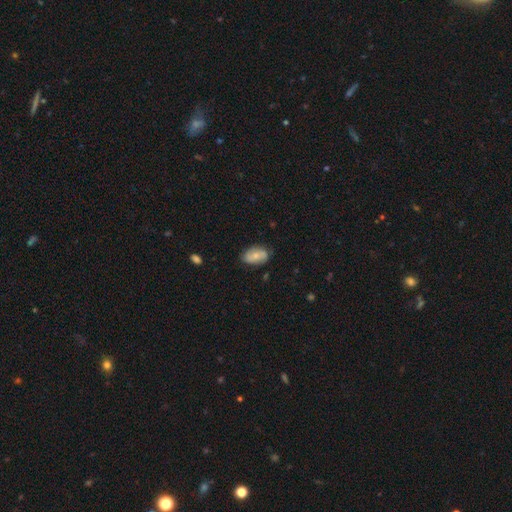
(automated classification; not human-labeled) smooth_or_featured: smooth (p=0.60) [alt: featured or disk p=0.33]
how_rounded: in between (p=0.91) [alt: round p=0.07]
merging: none (p=0.75) [alt: minor disturbance p=0.20]